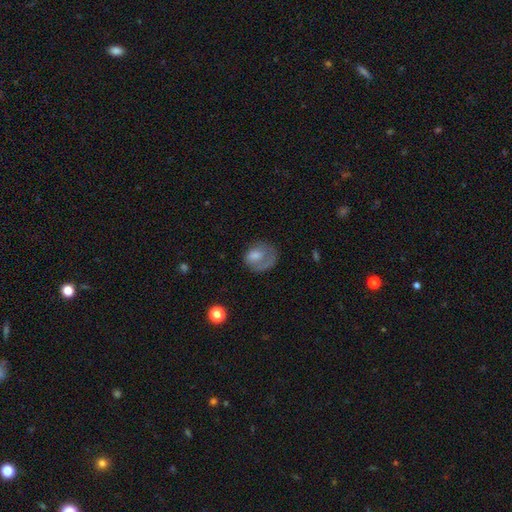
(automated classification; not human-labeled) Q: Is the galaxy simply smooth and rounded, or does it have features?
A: smooth — 50%.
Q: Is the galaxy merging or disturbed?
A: none — 47%.